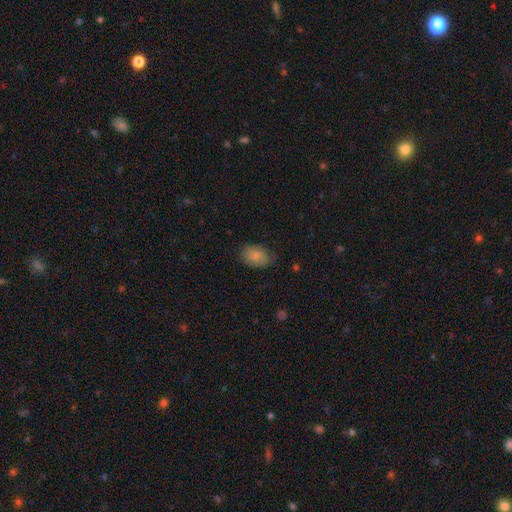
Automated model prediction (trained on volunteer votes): Smooth or featured: smooth — 81% (featured or disk — 12%)
How rounded: in between — 85% (round — 14%)
Merging: none — 75% (minor disturbance — 19%)